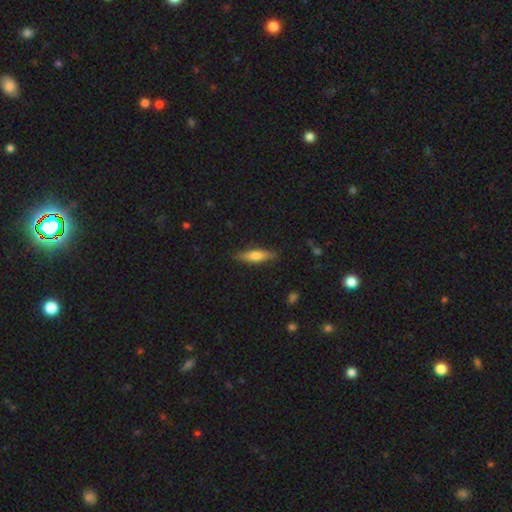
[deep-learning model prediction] smooth-or-featured: smooth: 58% | featured or disk: 36% | star or artifact: 6%
  how-rounded: cigar-shaped: 70% | in between: 28% | round: 2%
  merging: none: 85% | minor disturbance: 12% | major disturbance: 2% | merger: 1%